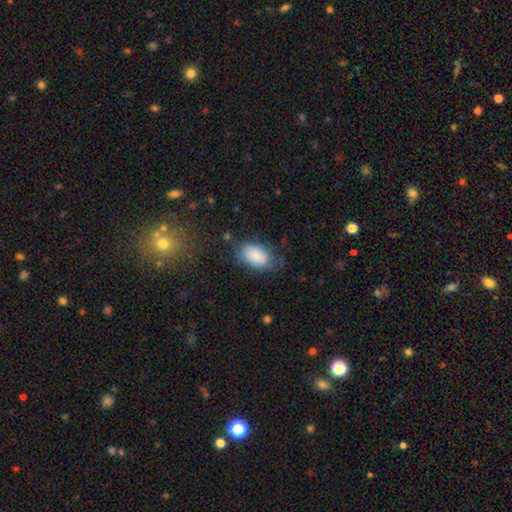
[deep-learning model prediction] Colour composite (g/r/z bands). It shows a smooth galaxy with no disk features (83%) that is in between round and cigar-shaped (91%). Merging: none (61%).